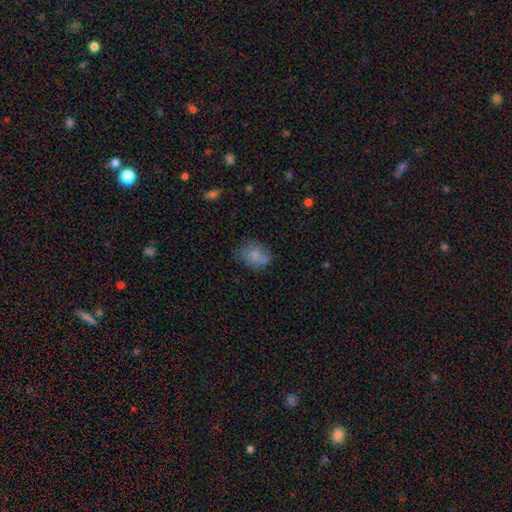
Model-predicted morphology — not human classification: type=smooth (76%); roundness=in between (57%); merging=none (57%).